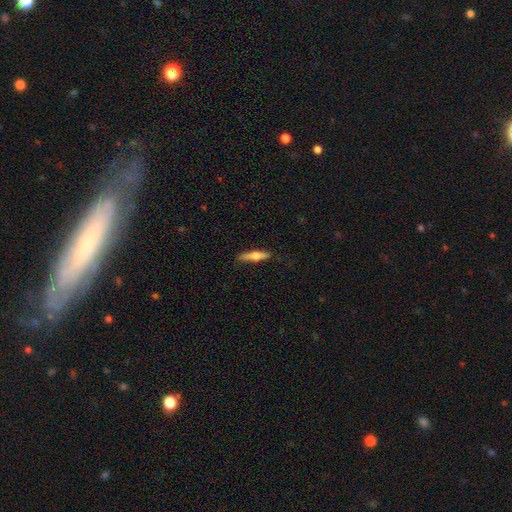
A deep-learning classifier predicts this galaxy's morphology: Overall: smooth (47%, tied with featured or disk). Merging: none (86%).